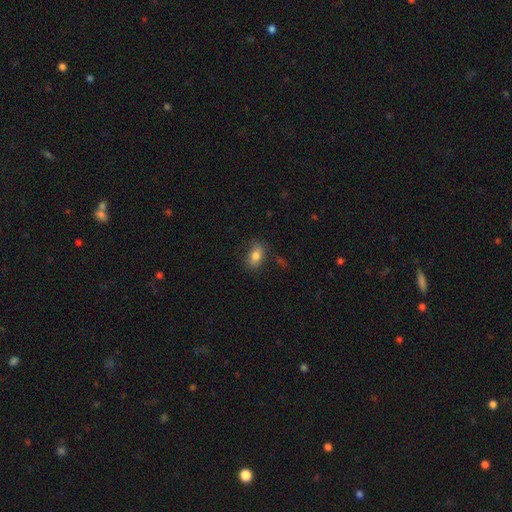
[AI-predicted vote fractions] Smooth or featured?
  - smooth: 80% *
  - featured or disk: 11%
  - star or artifact: 9%
How rounded?
  - in between: 85% *
  - round: 12%
  - cigar-shaped: 3%
Merging?
  - none: 75% *
  - minor disturbance: 18%
  - major disturbance: 5%
  - merger: 3%